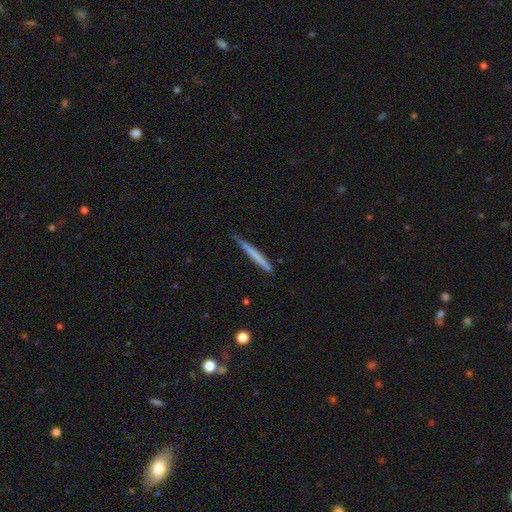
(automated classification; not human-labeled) Smooth or featured? smooth (62%)
How rounded? cigar-shaped (97%)
Merging? none (79%)